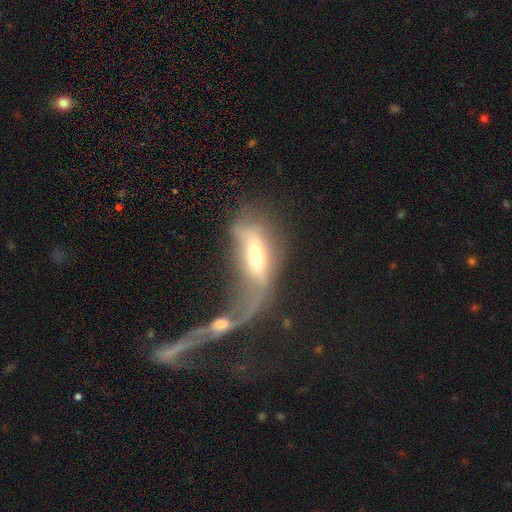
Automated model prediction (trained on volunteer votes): This appears to be a featured or disk galaxy (54%). Merging: merger (55%).